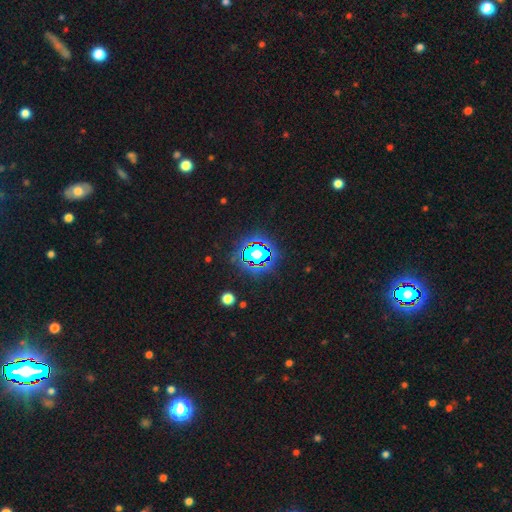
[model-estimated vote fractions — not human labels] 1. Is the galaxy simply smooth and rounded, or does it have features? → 83% star or artifact, 10% smooth, 7% featured or disk.